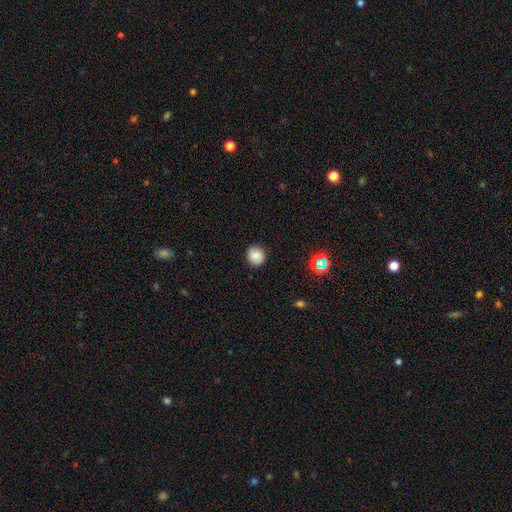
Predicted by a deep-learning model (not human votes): Smooth or featured: smooth — 84% (star or artifact — 11%)
How rounded: round — 87% (in between — 12%)
Merging: none — 88% (minor disturbance — 8%)